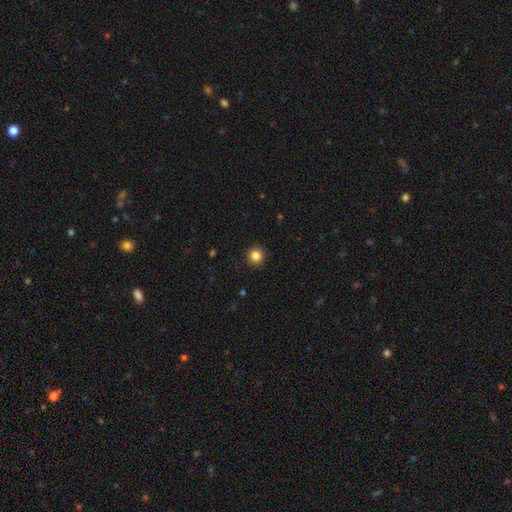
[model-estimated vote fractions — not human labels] Morphology: type=smooth (85%); roundness=round (93%); merging=none (92%).